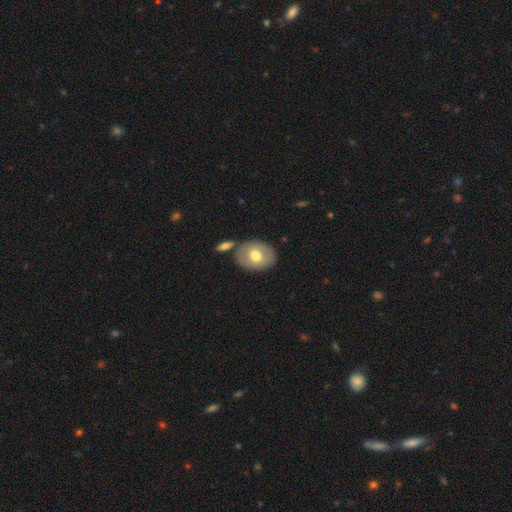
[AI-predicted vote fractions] A smooth galaxy with no disk features (63%) that is in between round and cigar-shaped (66%).

Vote fractions:
- Smooth or featured? smooth: 63% / featured or disk: 31% / star or artifact: 6%
- How rounded? in between: 66% / round: 32% / cigar-shaped: 1%
- Merging? none: 76% / minor disturbance: 12% / merger: 9% / major disturbance: 3%